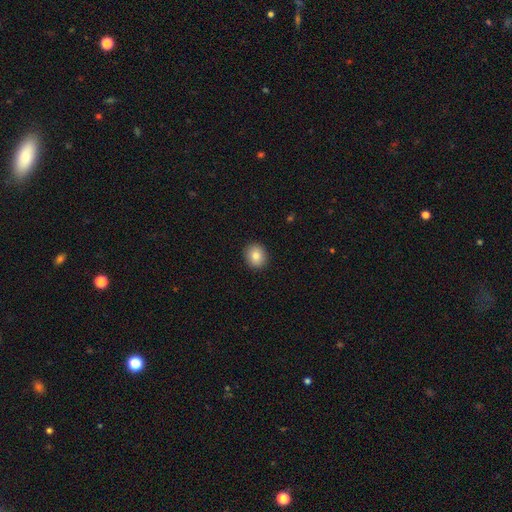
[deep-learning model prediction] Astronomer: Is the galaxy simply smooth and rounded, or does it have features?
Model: smooth — 82%.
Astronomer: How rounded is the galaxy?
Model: round — 77%.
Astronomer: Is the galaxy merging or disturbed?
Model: none — 92%.